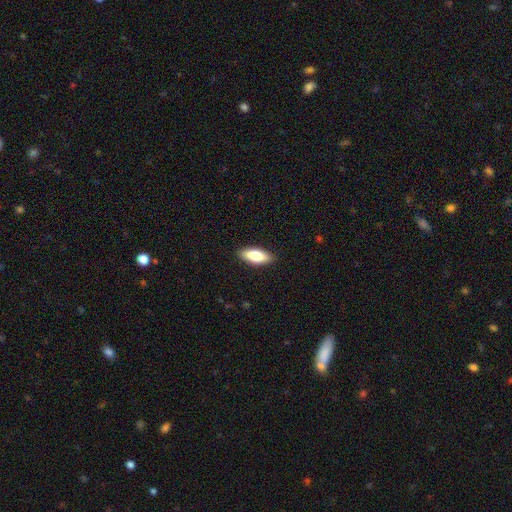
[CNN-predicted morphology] This is likely a smooth galaxy (78%). How rounded: likely in between (77%). Merging: clearly none (89%).